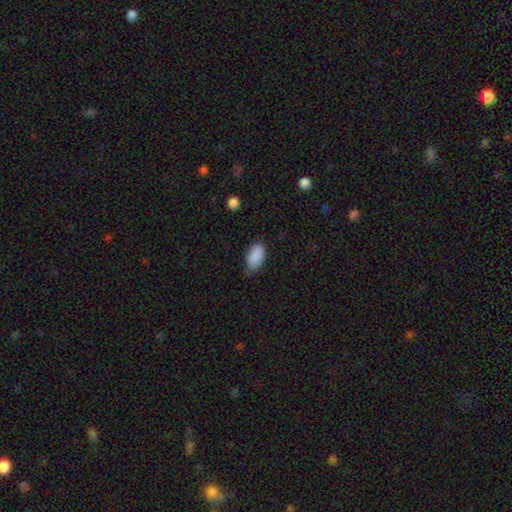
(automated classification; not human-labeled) Smooth or featured?
  - smooth: 89% *
  - star or artifact: 7%
  - featured or disk: 4%
How rounded?
  - in between: 94% *
  - round: 4%
  - cigar-shaped: 2%
Merging?
  - none: 72% *
  - minor disturbance: 23%
  - major disturbance: 4%
  - merger: 1%